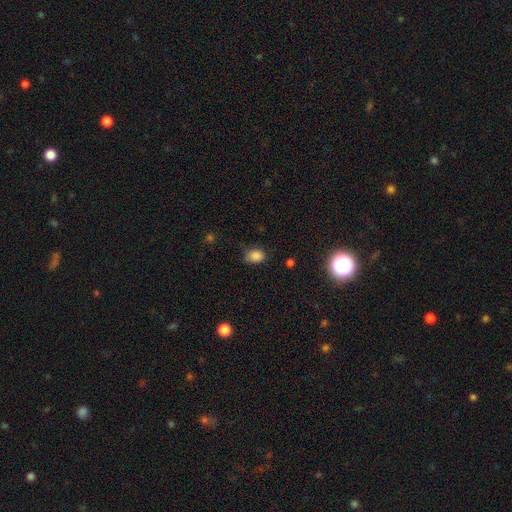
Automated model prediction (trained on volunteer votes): Smooth or featured? smooth (85%)
How rounded? in between (62%)
Merging? none (70%)